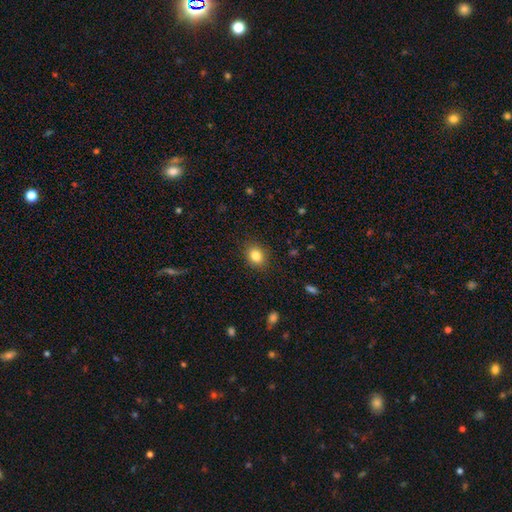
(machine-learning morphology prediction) A smooth galaxy with no disk features (84%) that is round (50%).

Vote fractions:
- Smooth or featured? smooth: 84% / star or artifact: 10% / featured or disk: 6%
- How rounded? round: 50% / in between: 49% / cigar-shaped: 1%
- Merging? none: 87% / minor disturbance: 9% / major disturbance: 3% / merger: 1%